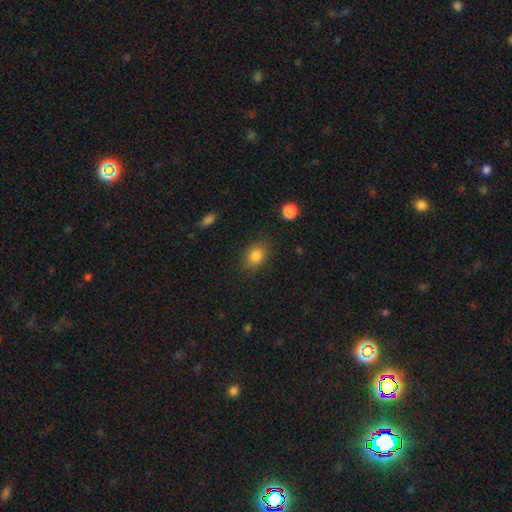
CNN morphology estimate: Smooth or featured: smooth — 84% (star or artifact — 10%)
How rounded: in between — 70% (round — 28%)
Merging: none — 82% (minor disturbance — 12%)